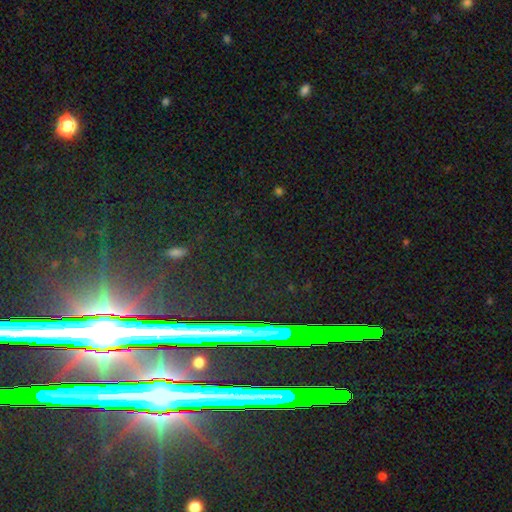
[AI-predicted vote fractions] Smooth or featured? Predicted: star or artifact (p=0.71).